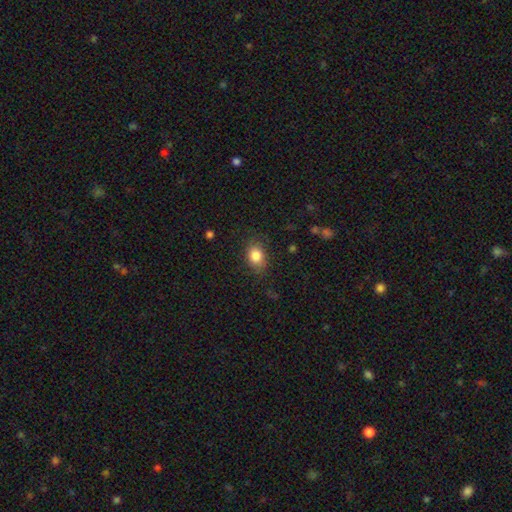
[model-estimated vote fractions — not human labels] Smooth or featured? Predicted: smooth (p=0.83). How rounded? Predicted: in between (p=0.61). Merging? Predicted: none (p=0.76).